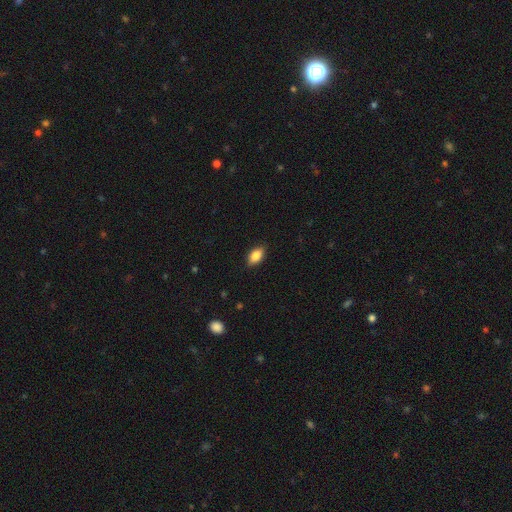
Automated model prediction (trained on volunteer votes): This appears to be a smooth galaxy with no disk features (85%) that is in between round and cigar-shaped (91%). Merging: none (87%).